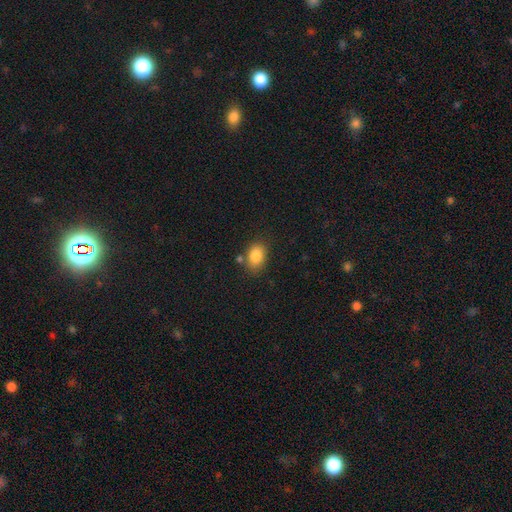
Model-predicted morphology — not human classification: A smooth galaxy with no disk features (84%) that is in between round and cigar-shaped (76%).

Vote fractions:
- Smooth or featured? smooth: 84% / star or artifact: 9% / featured or disk: 7%
- How rounded? in between: 76% / round: 23% / cigar-shaped: 1%
- Merging? none: 73% / minor disturbance: 15% / merger: 8% / major disturbance: 4%